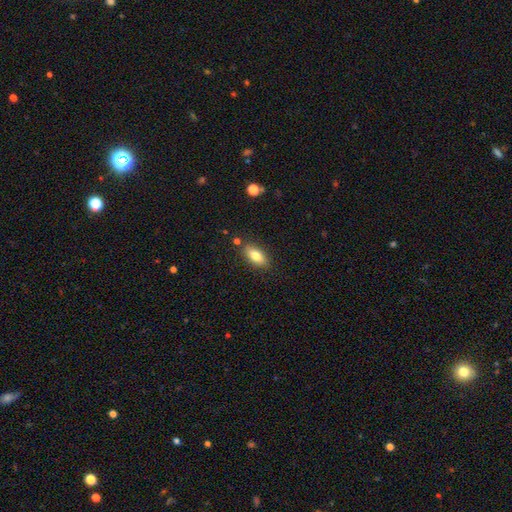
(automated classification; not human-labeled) Smooth or featured? smooth (80%)
How rounded? in between (86%)
Merging? none (83%)